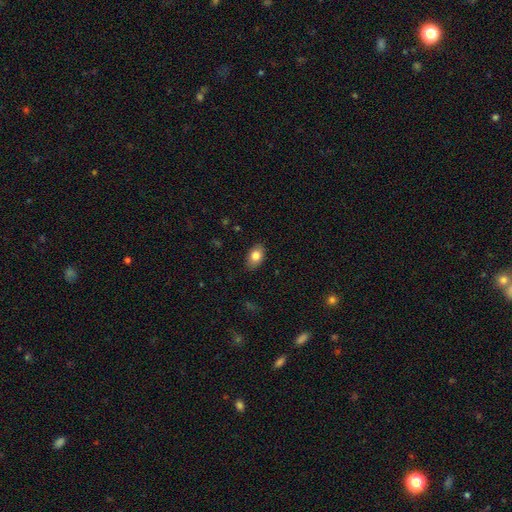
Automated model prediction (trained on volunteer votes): smooth-or-featured: smooth: 82% | featured or disk: 10% | star or artifact: 8%
  how-rounded: in between: 88% | round: 10% | cigar-shaped: 1%
  merging: none: 86% | minor disturbance: 11% | major disturbance: 2% | merger: 1%